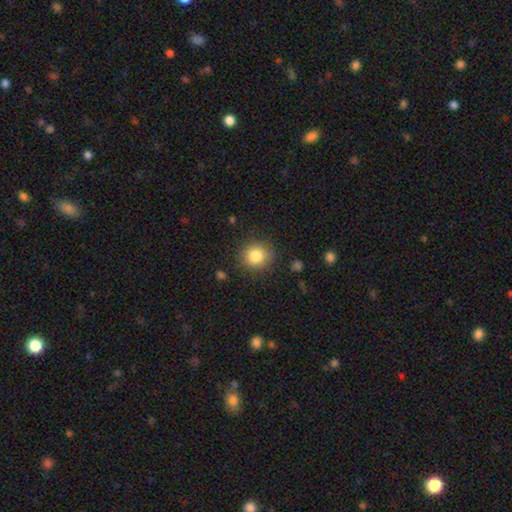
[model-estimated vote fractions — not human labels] Overall: smooth (83%). How rounded: round (87%). Merging: none (87%).